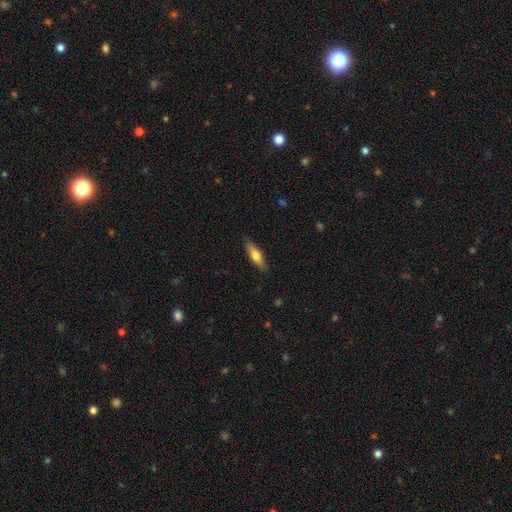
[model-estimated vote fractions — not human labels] This is likely a smooth galaxy (62%). How rounded: likely cigar-shaped (61%). Merging: clearly none (88%).